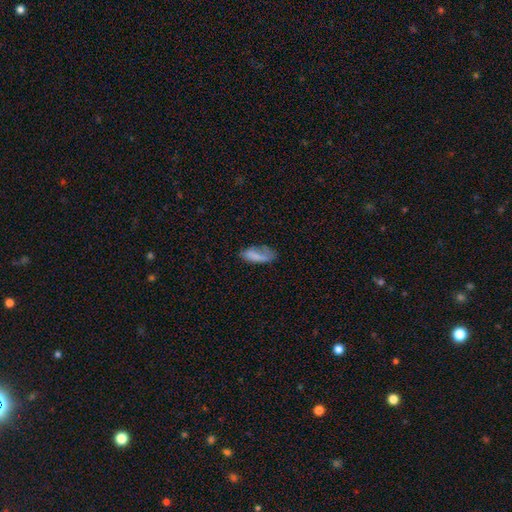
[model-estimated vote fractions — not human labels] smooth_or_featured: smooth (p=0.74) [alt: featured or disk p=0.17]
how_rounded: in between (p=0.77) [alt: cigar-shaped p=0.21]
merging: none (p=0.42) [alt: minor disturbance p=0.31]